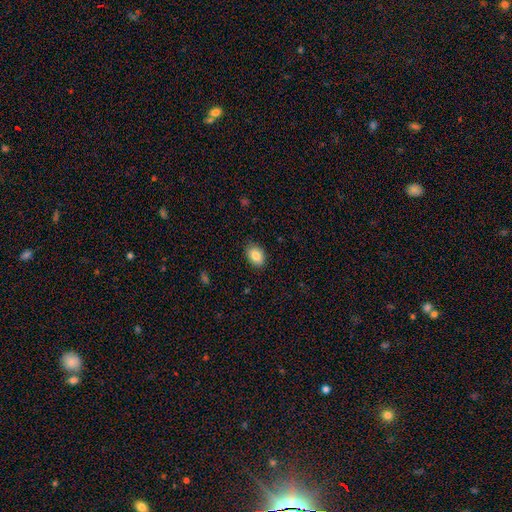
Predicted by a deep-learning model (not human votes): A smooth galaxy with no disk features (85%) that is in between round and cigar-shaped (81%).

Vote fractions:
- Smooth or featured? smooth: 85% / star or artifact: 8% / featured or disk: 8%
- How rounded? in between: 81% / round: 18% / cigar-shaped: 1%
- Merging? none: 86% / minor disturbance: 11% / major disturbance: 2% / merger: 1%